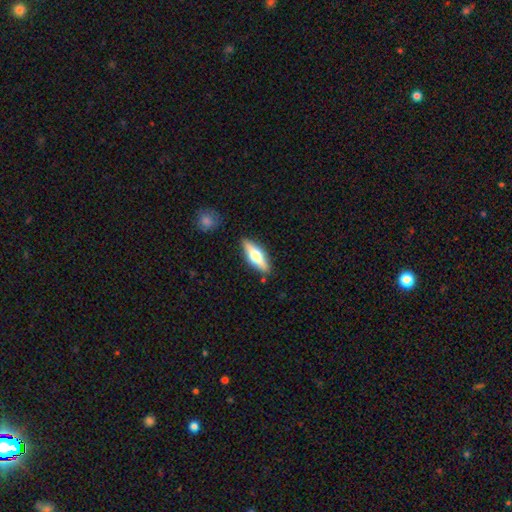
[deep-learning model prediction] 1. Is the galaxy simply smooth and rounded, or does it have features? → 54% featured or disk, 40% smooth, 6% star or artifact.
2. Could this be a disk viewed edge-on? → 92% yes, 8% no.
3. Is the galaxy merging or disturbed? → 86% none, 10% minor disturbance, 2% major disturbance, 2% merger.